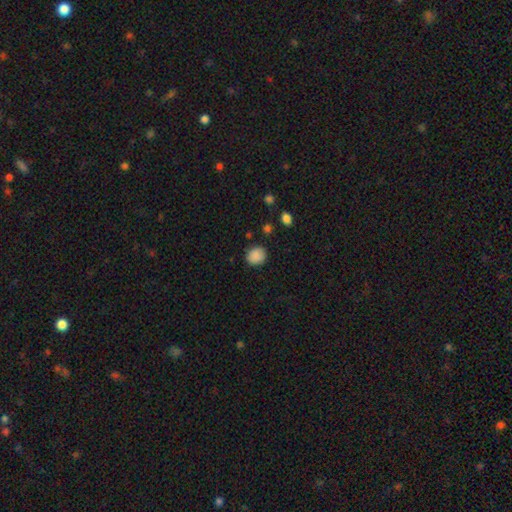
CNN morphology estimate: Overall: smooth (88%). How rounded: round (73%). Merging: none (84%).